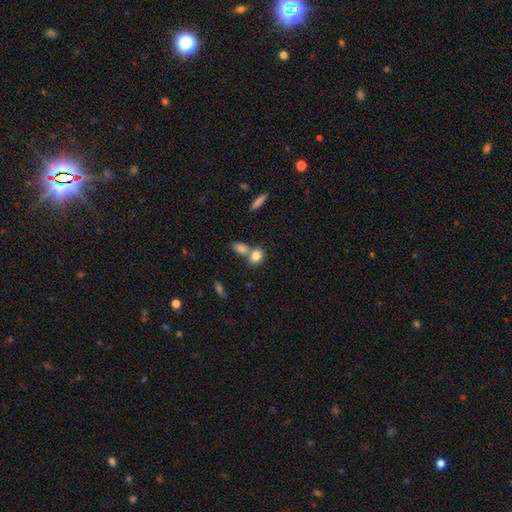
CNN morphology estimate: Smooth or featured: smooth — 82% (star or artifact — 9%)
How rounded: round — 58% (in between — 40%)
Merging: none — 45% (merger — 43%)